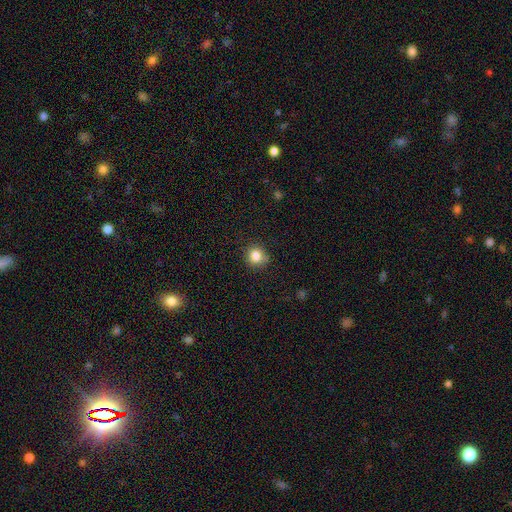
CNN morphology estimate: Smooth or featured: smooth — 83% (star or artifact — 11%)
How rounded: round — 87% (in between — 12%)
Merging: none — 82% (minor disturbance — 14%)